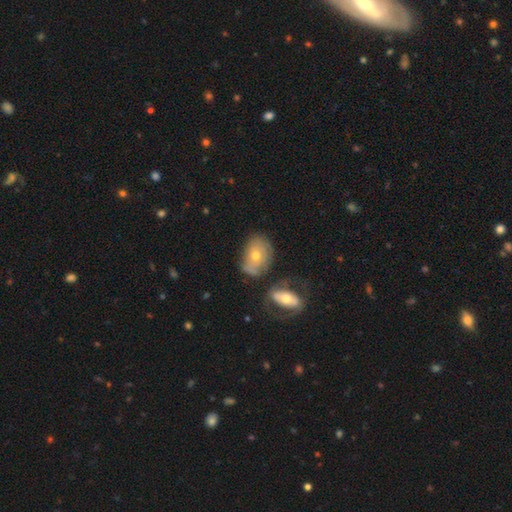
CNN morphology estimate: smooth 52%, featured or disk 39%, star or artifact 9%. Down the decision tree: how rounded — in between (79%); merging — none (49%).